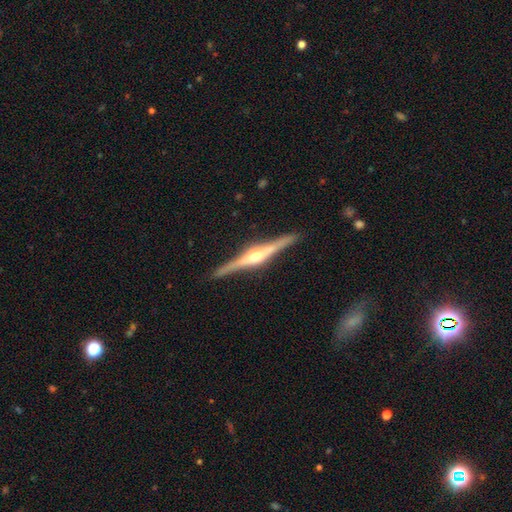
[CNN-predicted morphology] type=featured or disk (87%); edge-on=yes (98%); edge-on bulge=rounded (89%); merging=none (91%).